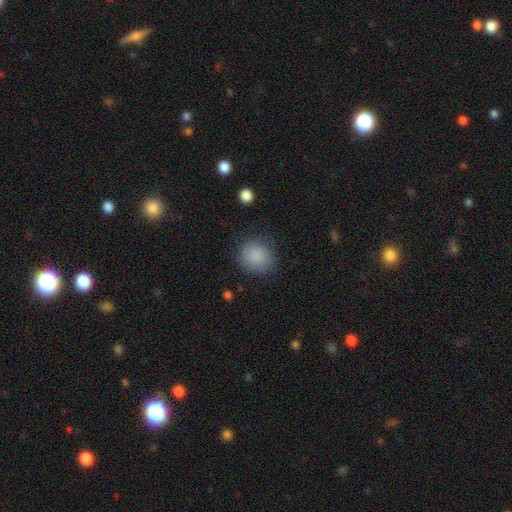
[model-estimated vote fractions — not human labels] This is clearly a smooth galaxy (87%). How rounded: likely round (77%). Merging: likely none (78%).